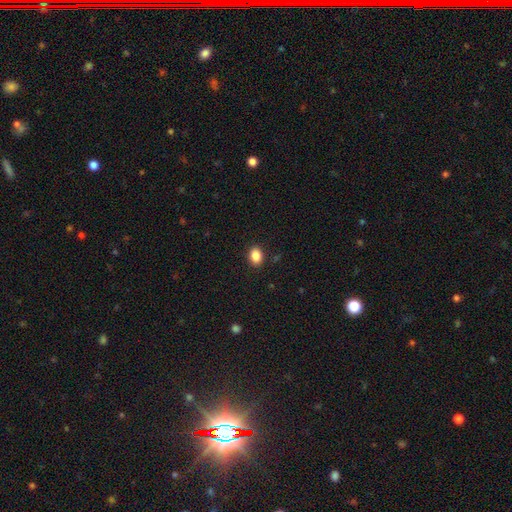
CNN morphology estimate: This is clearly a smooth galaxy (87%). How rounded: likely in between (69%). Merging: clearly none (89%).